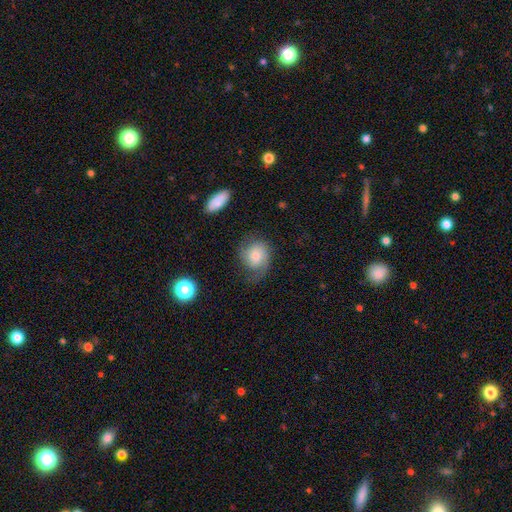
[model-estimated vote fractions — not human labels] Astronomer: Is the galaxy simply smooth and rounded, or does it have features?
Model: featured or disk — 56% (runner-up: smooth, 36%).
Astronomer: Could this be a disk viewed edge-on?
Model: no — 97%.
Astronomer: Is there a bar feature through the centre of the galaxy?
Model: no — 70%.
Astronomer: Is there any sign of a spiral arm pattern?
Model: yes — 91%.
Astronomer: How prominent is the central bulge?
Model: moderate — 47% (runner-up: small, 37%).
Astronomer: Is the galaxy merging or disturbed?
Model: none — 54%.